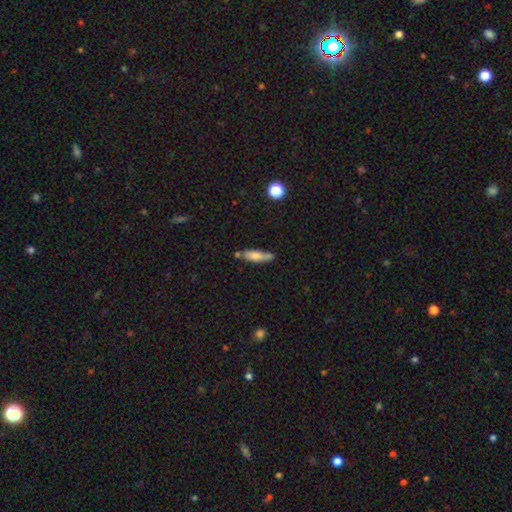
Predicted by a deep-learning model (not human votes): Morphology: type=smooth (74%); roundness=cigar-shaped (61%); merging=none (58%).